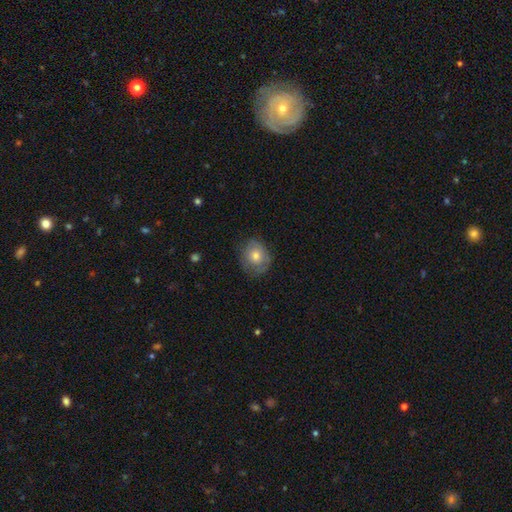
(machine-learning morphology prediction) Smooth or featured? smooth (68%)
How rounded? round (69%)
Merging? none (72%)